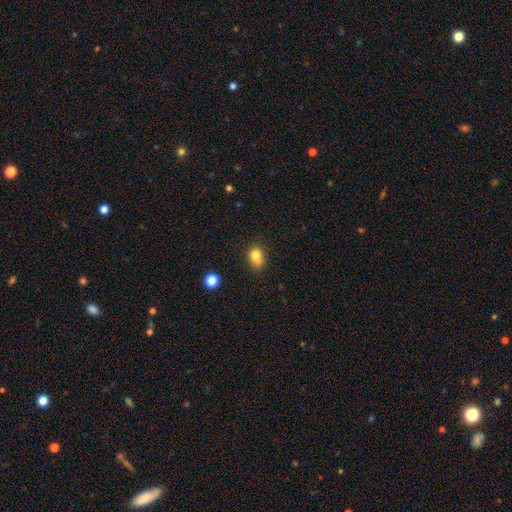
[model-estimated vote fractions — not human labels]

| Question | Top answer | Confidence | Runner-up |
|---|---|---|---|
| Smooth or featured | smooth | 78% | star or artifact (12%) |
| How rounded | in between | 55% | round (44%) |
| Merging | none | 56% | minor disturbance (26%) |